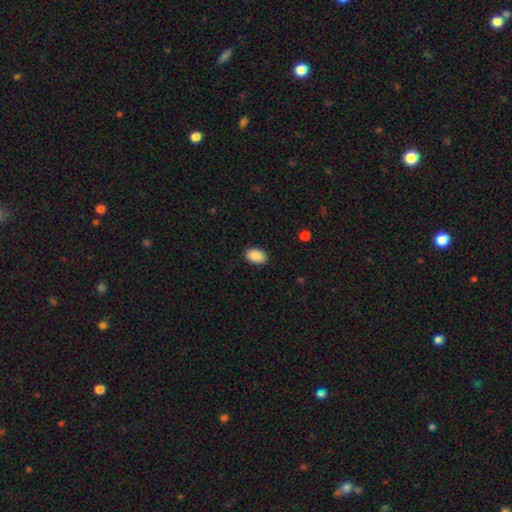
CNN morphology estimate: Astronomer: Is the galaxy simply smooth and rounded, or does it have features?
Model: smooth — 90%.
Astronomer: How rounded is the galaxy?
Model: in between — 88%.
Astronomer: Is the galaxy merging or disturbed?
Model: none — 89%.